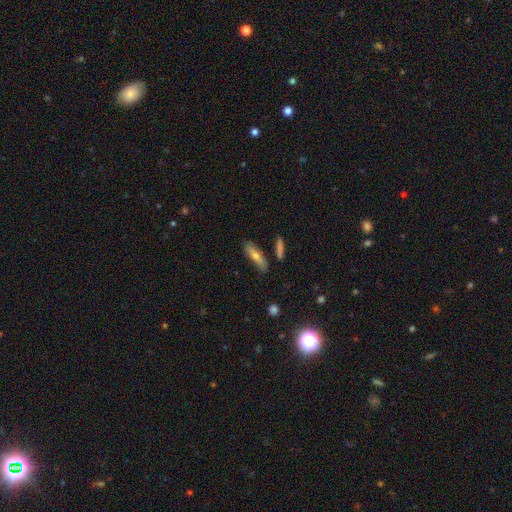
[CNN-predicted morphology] This appears to be a smooth galaxy with no disk features (63%) that is cigar-shaped (71%). Merging: none (81%).